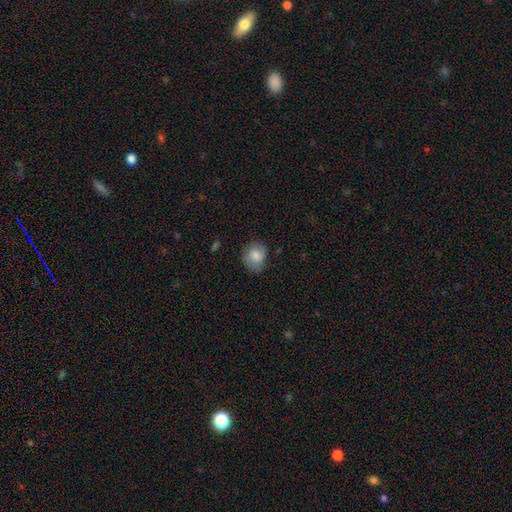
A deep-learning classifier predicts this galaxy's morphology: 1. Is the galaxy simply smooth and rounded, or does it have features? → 82% smooth, 11% featured or disk, 8% star or artifact.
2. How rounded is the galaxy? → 61% round, 38% in between, 1% cigar-shaped.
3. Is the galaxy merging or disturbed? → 71% none, 22% minor disturbance, 5% major disturbance, 1% merger.